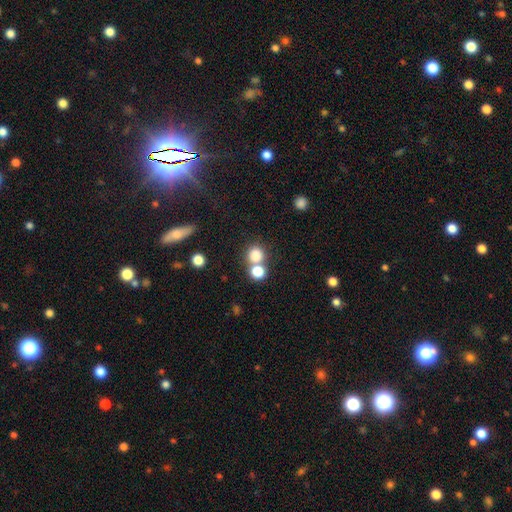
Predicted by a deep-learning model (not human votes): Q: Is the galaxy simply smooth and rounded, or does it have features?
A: smooth — 80%.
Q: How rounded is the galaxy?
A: round — 86%.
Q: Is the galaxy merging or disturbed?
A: none — 58%.